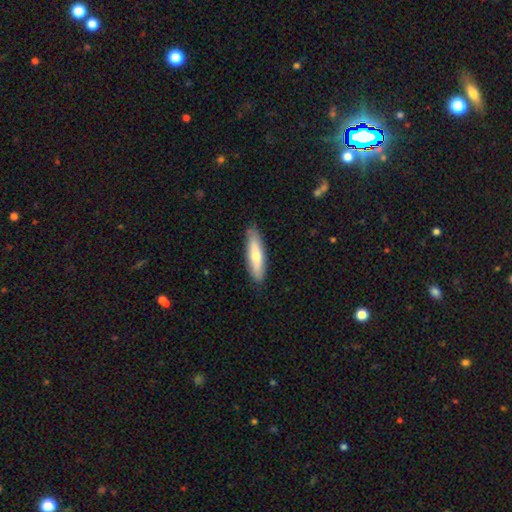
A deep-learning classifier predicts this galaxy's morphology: type=smooth (65%); roundness=cigar-shaped (70%); merging=none (85%).